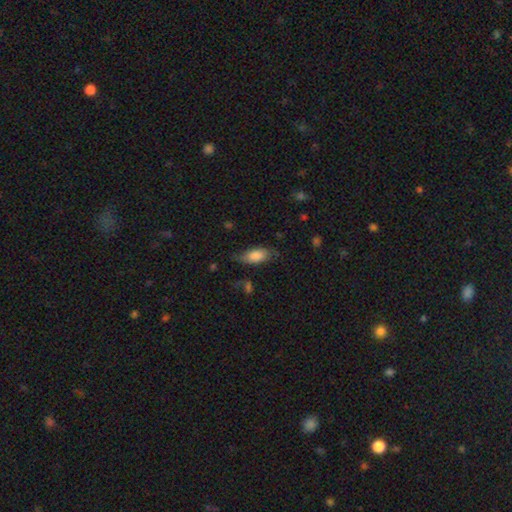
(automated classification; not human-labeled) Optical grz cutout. It shows a smooth galaxy with no disk features (75%) that is in between round and cigar-shaped (86%). Merging: none (61%).